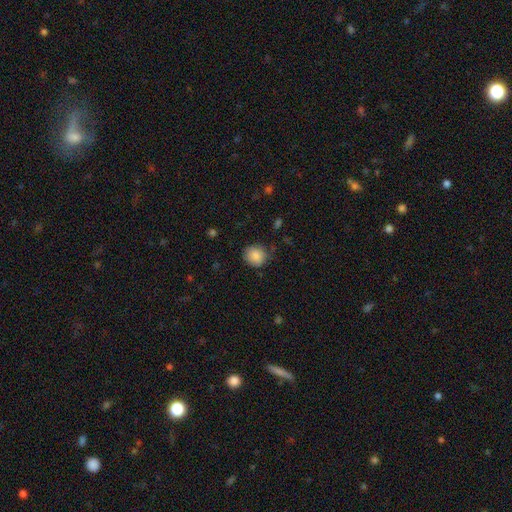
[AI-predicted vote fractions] A smooth galaxy with no disk features (87%) that is round (82%). Merging: none (80%).